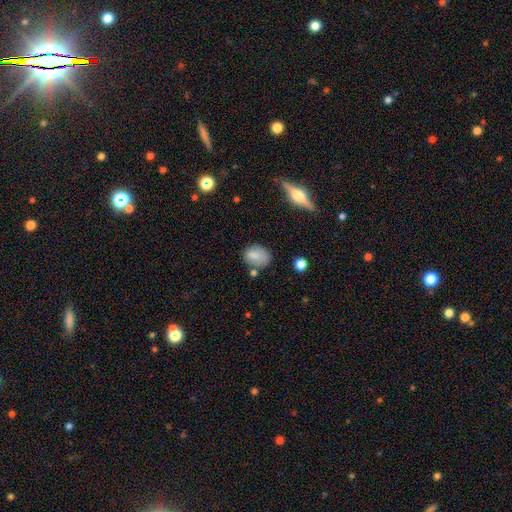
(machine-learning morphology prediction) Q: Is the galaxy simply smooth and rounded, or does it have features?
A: smooth — 80%.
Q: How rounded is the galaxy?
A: in between — 63%.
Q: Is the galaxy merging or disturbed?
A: none — 63%.